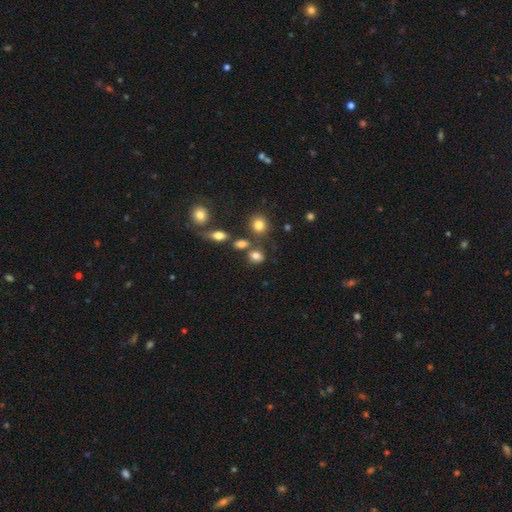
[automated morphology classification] Smooth or featured: smooth — 78% (star or artifact — 13%)
How rounded: round — 54% (in between — 44%)
Merging: none — 67% (merger — 16%)